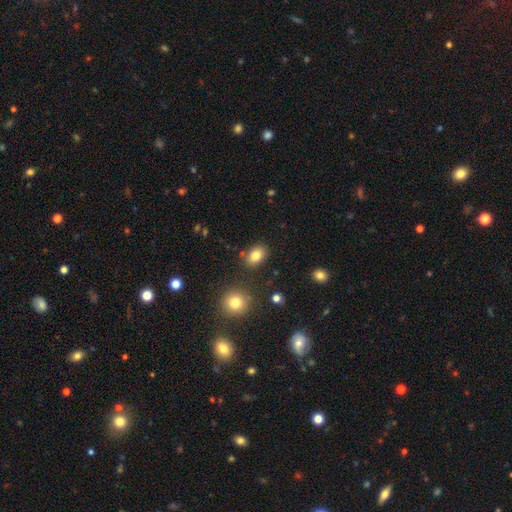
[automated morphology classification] Smooth or featured: smooth — 83% (star or artifact — 9%)
How rounded: in between — 80% (round — 19%)
Merging: none — 82% (minor disturbance — 11%)